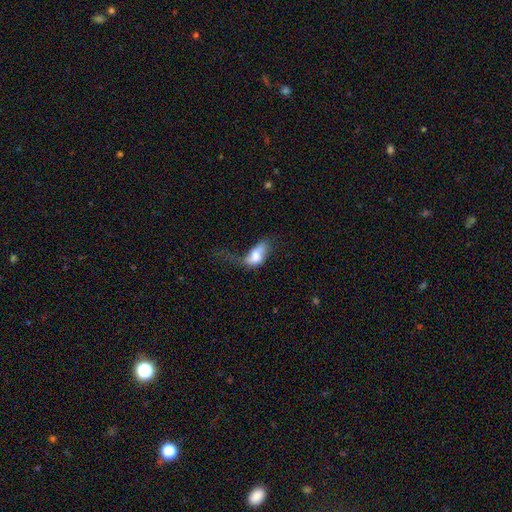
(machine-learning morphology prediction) The model was most divided on "merging": major disturbance: 50%, minor disturbance: 22%, none: 17%, merger: 11%. More confident: how rounded — in between (88%); smooth or featured — smooth (63%).